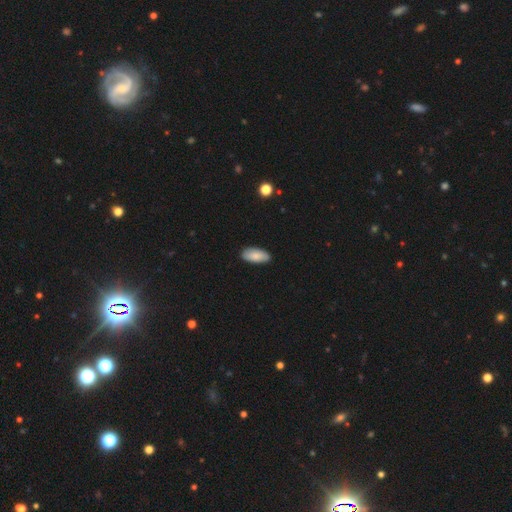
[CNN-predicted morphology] A smooth galaxy with no disk features (86%) that is in between round and cigar-shaped (91%). Merging: none (87%).